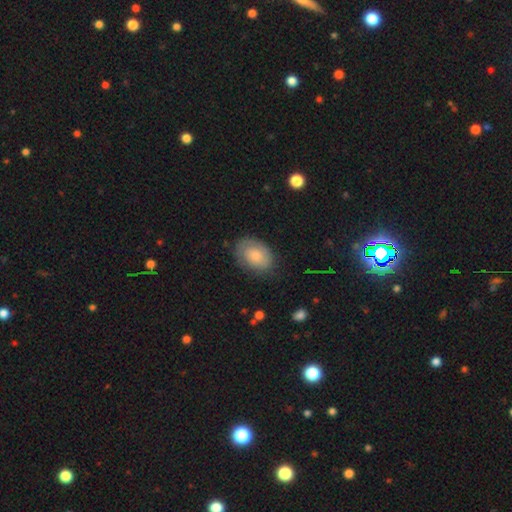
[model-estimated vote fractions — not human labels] smooth 64%, featured or disk 29%, star or artifact 7%. Down the decision tree: how rounded — in between (80%); merging — none (74%).